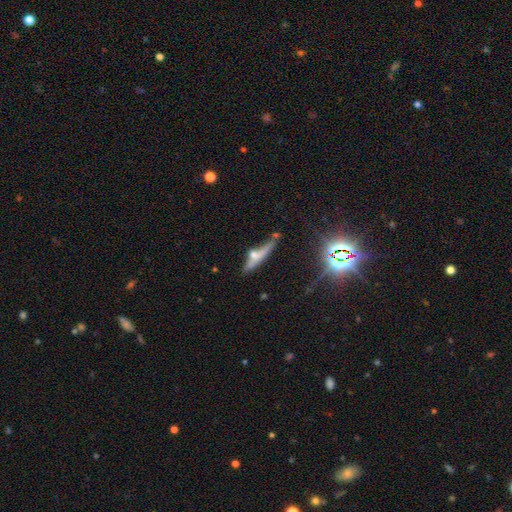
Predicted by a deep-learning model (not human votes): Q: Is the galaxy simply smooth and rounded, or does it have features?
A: smooth — 48%.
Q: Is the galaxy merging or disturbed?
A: none — 43%.